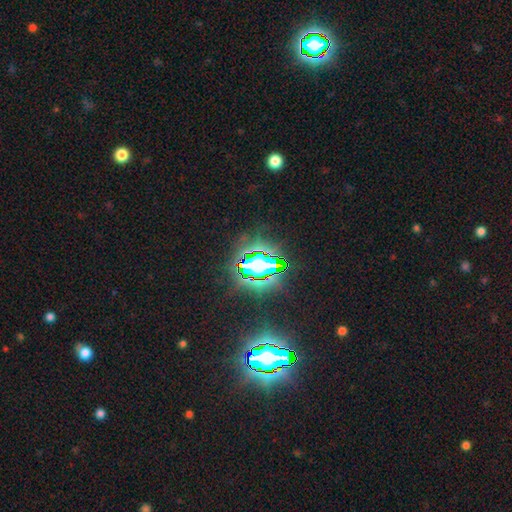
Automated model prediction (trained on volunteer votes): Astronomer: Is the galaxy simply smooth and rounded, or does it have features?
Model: star or artifact — 81%.